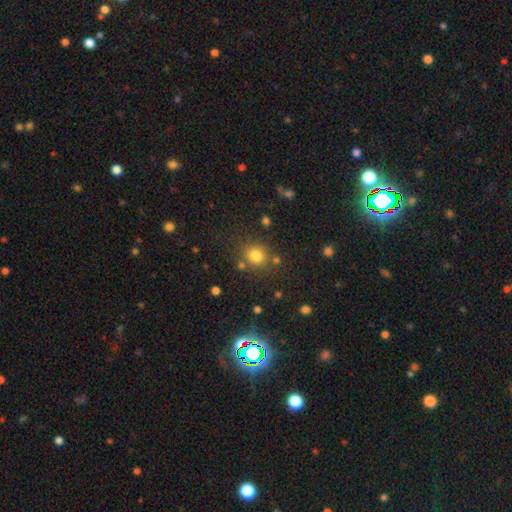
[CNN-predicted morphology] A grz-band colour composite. It shows a smooth galaxy with no disk features (79%) that is round (81%). Merging: none (77%).